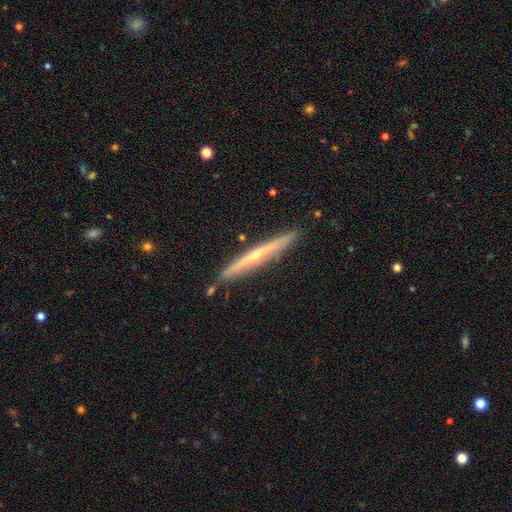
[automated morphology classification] The model was most divided on "edge-on bulge": rounded: 73%, none: 25%, boxy: 2%. More confident: edge-on disk — yes (96%); merging — none (88%); smooth or featured — featured or disk (72%).